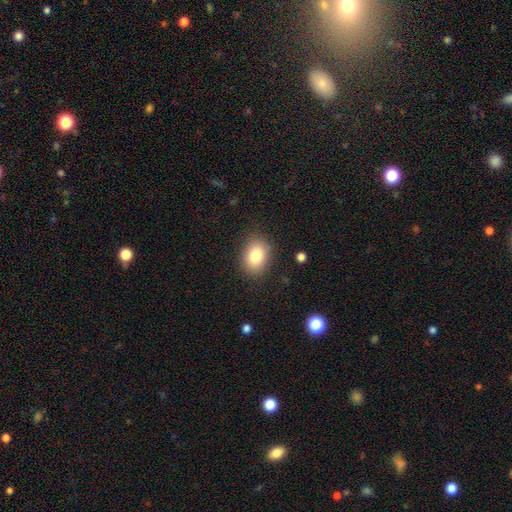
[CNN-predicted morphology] Smooth or featured? smooth (83%)
How rounded? in between (74%)
Merging? none (85%)